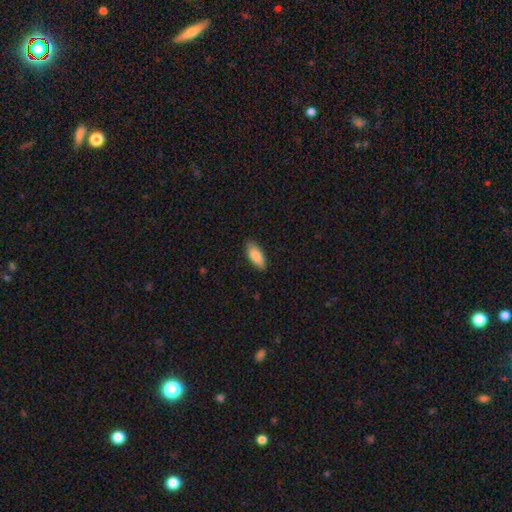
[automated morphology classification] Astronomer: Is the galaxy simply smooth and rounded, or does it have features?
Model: smooth — 85%.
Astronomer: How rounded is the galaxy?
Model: in between — 82%.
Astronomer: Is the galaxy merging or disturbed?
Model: none — 86%.